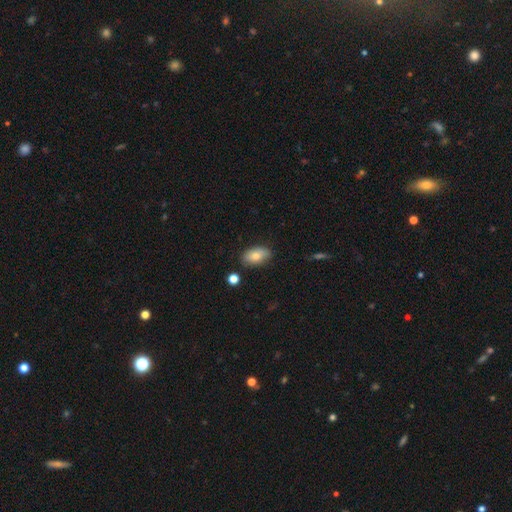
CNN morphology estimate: Overall: smooth (78%). How rounded: in between (92%). Merging: none (82%).